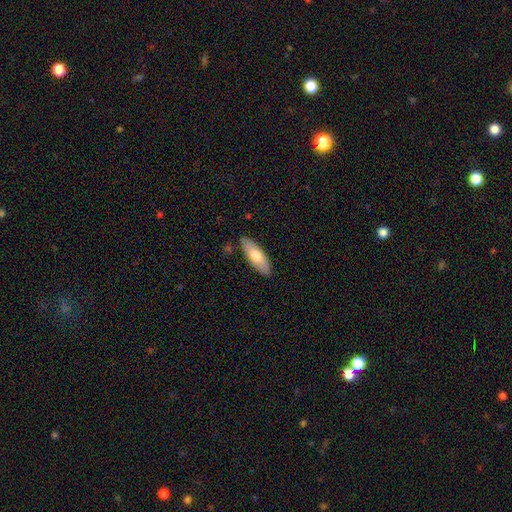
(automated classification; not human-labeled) smooth 69%, featured or disk 26%, star or artifact 5%. Down the decision tree: how rounded — in between (69%); merging — none (85%).